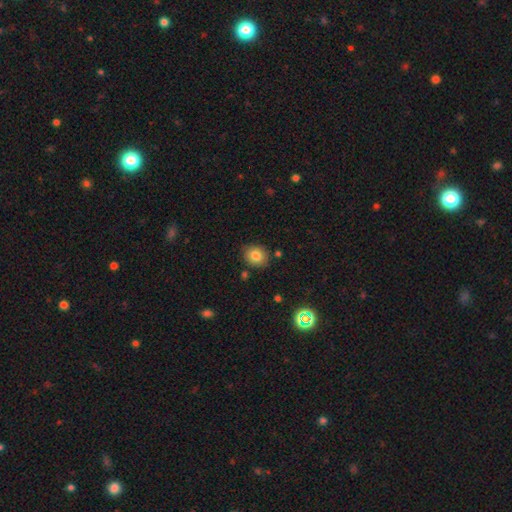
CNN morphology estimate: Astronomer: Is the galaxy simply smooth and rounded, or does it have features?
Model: smooth — 81%.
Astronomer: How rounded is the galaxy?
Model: round — 66%.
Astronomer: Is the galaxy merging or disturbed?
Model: none — 84%.